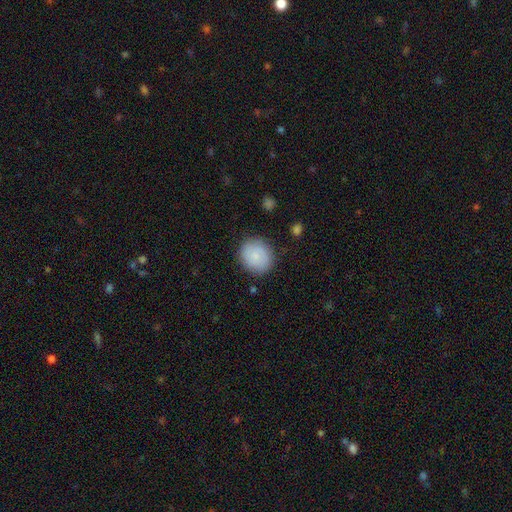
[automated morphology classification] type=smooth (82%); roundness=round (79%); merging=none (84%).